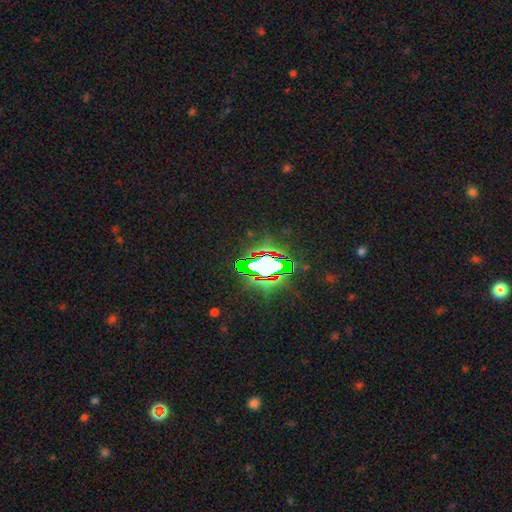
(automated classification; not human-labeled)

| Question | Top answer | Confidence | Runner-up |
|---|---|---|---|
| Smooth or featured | star or artifact | 82% | smooth (10%) |